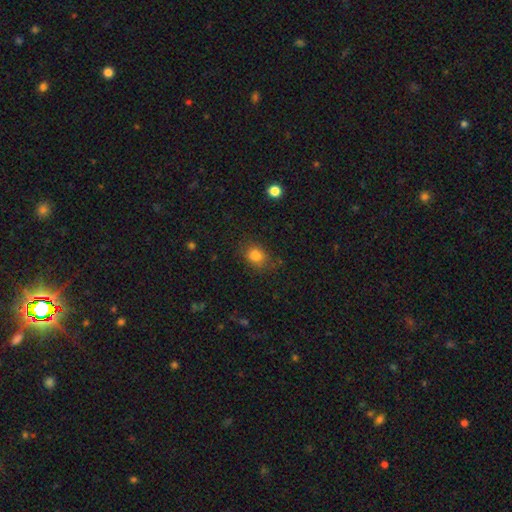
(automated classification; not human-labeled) Smooth or featured: smooth — 81% (star or artifact — 12%)
How rounded: in between — 53% (round — 46%)
Merging: none — 75% (minor disturbance — 17%)